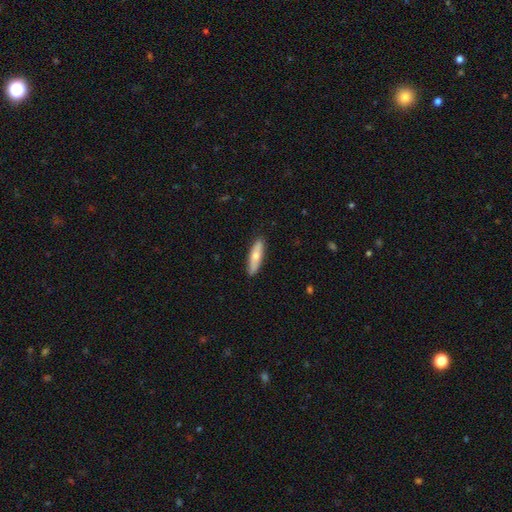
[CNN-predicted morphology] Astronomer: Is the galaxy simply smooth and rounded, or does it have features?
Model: smooth — 63%.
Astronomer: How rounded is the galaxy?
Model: cigar-shaped — 66%.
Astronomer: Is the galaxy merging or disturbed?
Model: none — 88%.